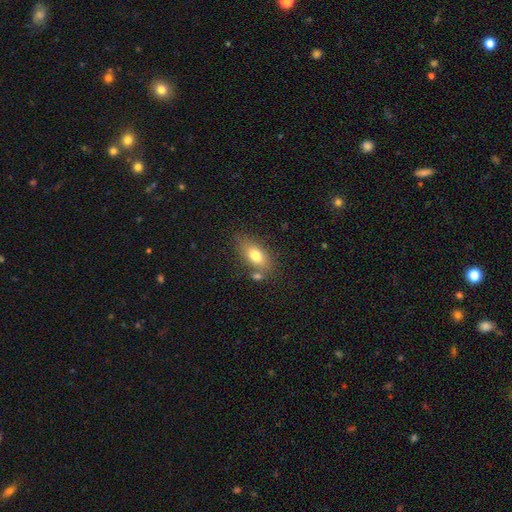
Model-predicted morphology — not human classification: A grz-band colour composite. It shows a smooth galaxy with no disk features (75%) that is in between round and cigar-shaped (84%). Merging: none (67%).